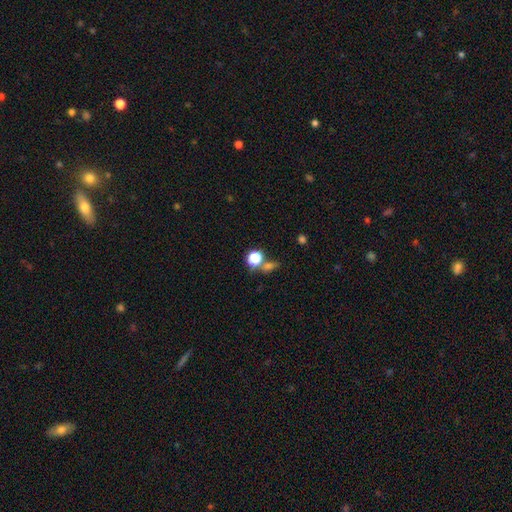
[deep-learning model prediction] Smooth or featured? smooth (69%)
How rounded? round (72%)
Merging? none (55%)